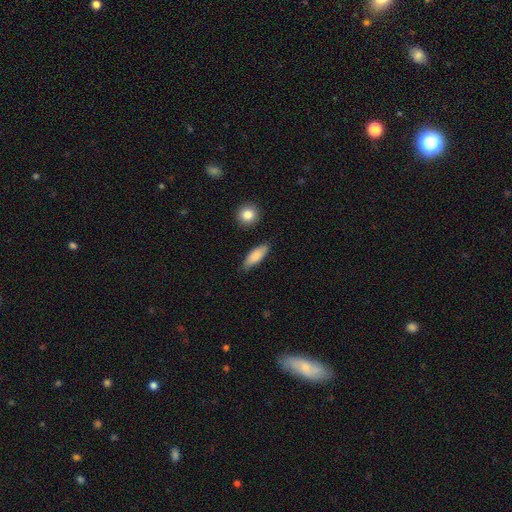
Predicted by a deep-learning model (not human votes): Smooth or featured? Predicted: smooth (p=0.84). How rounded? Predicted: in between (p=0.69). Merging? Predicted: none (p=0.80).